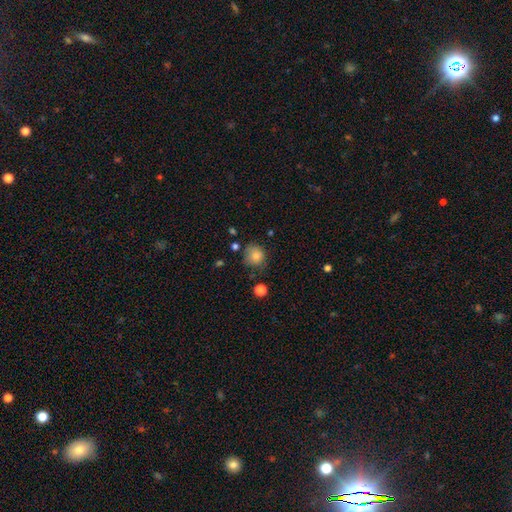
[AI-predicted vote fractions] smooth-or-featured: smooth: 82% | star or artifact: 10% | featured or disk: 8%
  how-rounded: round: 84% | in between: 15% | cigar-shaped: 1%
  merging: none: 66% | minor disturbance: 23% | major disturbance: 7% | merger: 4%